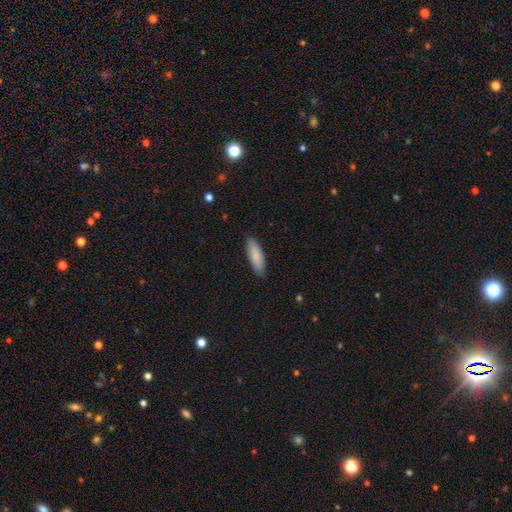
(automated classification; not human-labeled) Morphology: type=smooth (85%); roundness=in between (59%); merging=none (86%).